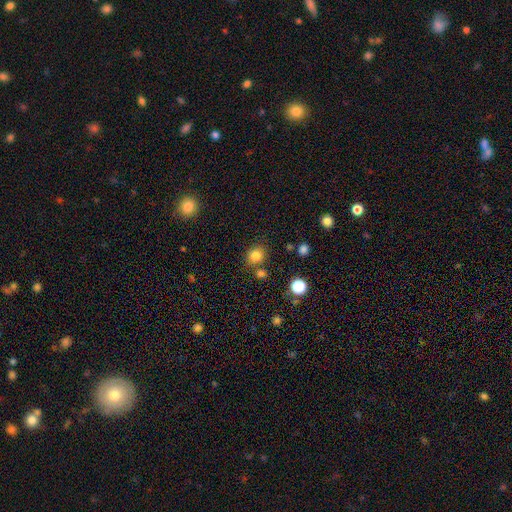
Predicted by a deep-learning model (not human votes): A smooth galaxy with no disk features (82%) that is round (73%).

Vote fractions:
- Smooth or featured? smooth: 82% / star or artifact: 13% / featured or disk: 5%
- How rounded? round: 73% / in between: 26% / cigar-shaped: 1%
- Merging? none: 77% / minor disturbance: 10% / merger: 9% / major disturbance: 3%